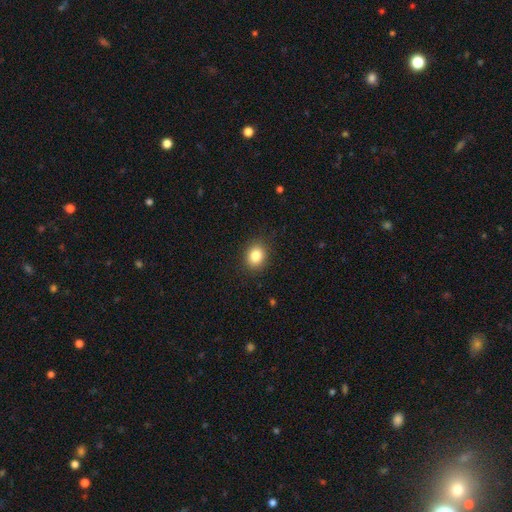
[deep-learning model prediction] Q: Smooth or featured?
A: smooth (84%); runner-up: star or artifact (10%)
Q: How rounded?
A: round (59%); runner-up: in between (40%)
Q: Merging?
A: none (88%); runner-up: minor disturbance (8%)